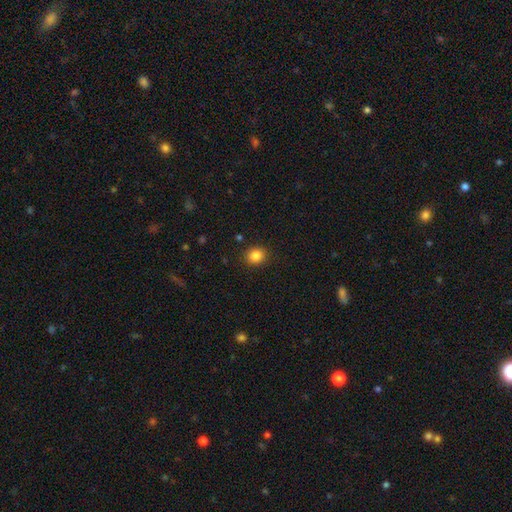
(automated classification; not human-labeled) A smooth galaxy with no disk features (85%) that is round (72%).

Vote fractions:
- Smooth or featured? smooth: 85% / star or artifact: 10% / featured or disk: 4%
- How rounded? round: 72% / in between: 27% / cigar-shaped: 1%
- Merging? none: 90% / minor disturbance: 7% / major disturbance: 2% / merger: 1%